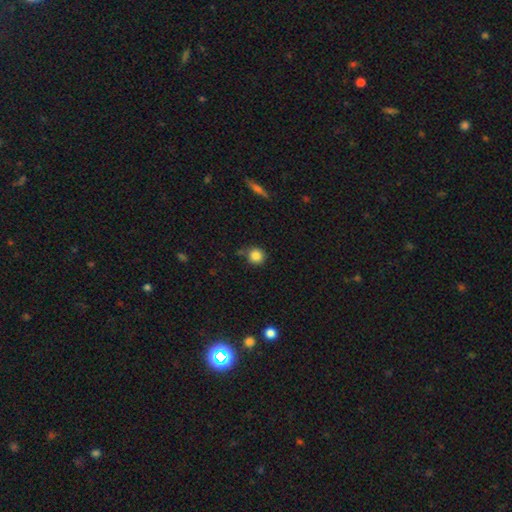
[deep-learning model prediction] Smooth or featured?
  - smooth: 86% *
  - star or artifact: 10%
  - featured or disk: 4%
How rounded?
  - round: 93% *
  - in between: 6%
  - cigar-shaped: 1%
Merging?
  - none: 79% *
  - minor disturbance: 12%
  - merger: 6%
  - major disturbance: 3%